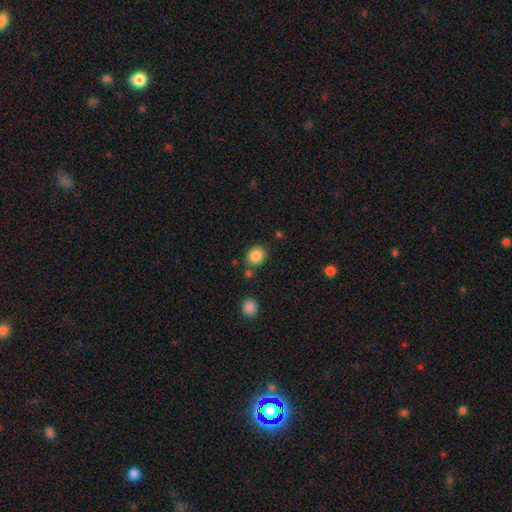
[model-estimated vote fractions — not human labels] The model was most divided on "how rounded": round: 76%, in between: 23%, cigar-shaped: 1%. More confident: smooth or featured — smooth (85%); merging — none (78%).